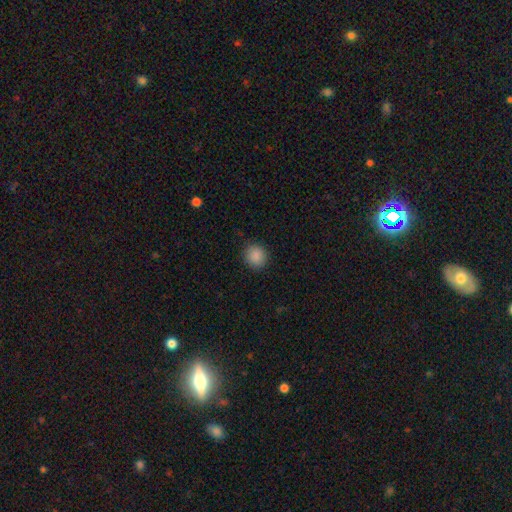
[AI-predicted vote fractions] Q: Smooth or featured?
A: smooth (88%); runner-up: star or artifact (9%)
Q: How rounded?
A: round (88%); runner-up: in between (11%)
Q: Merging?
A: none (90%); runner-up: minor disturbance (6%)